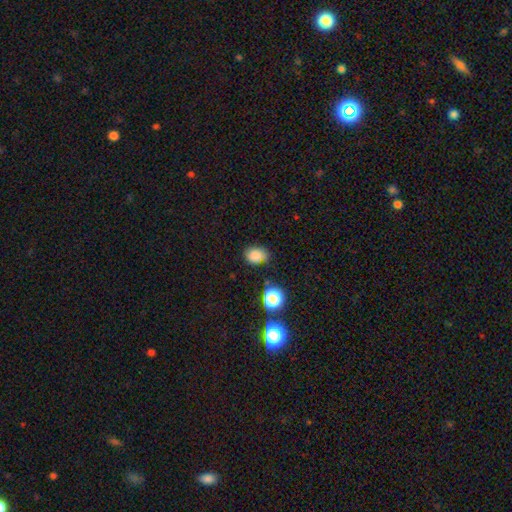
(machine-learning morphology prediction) Q: Smooth or featured?
A: smooth (77%); runner-up: star or artifact (15%)
Q: How rounded?
A: in between (57%); runner-up: round (42%)
Q: Merging?
A: none (53%); runner-up: minor disturbance (30%)